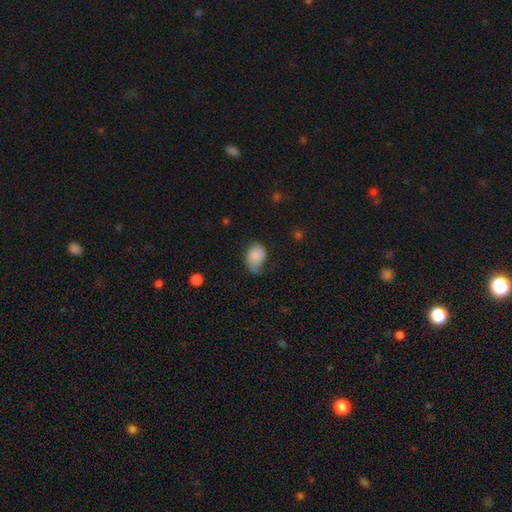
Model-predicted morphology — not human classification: Smooth or featured? smooth (80%)
How rounded? in between (71%)
Merging? minor disturbance (39%)